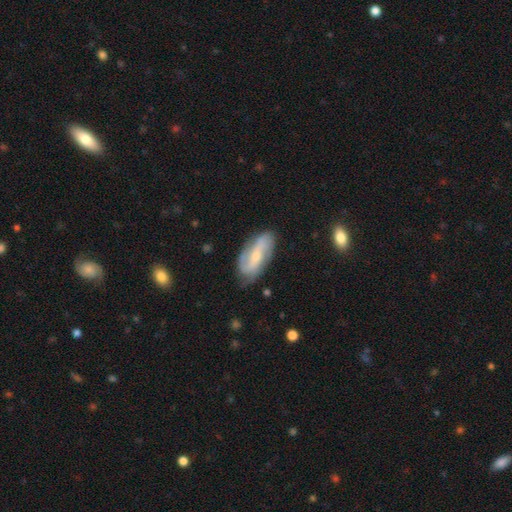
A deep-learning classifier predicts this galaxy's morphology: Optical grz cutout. It shows a featured or disk galaxy (73%) with no bar (41%), 2 (71%) medium (39%) spiral arms (91%) and a small central bulge (64%). Merging: none (73%).